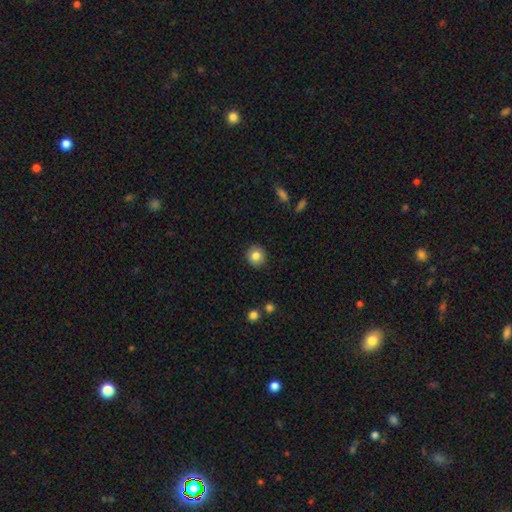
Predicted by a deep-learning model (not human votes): smooth_or_featured: smooth (p=0.84) [alt: star or artifact p=0.09]
how_rounded: round (p=0.88) [alt: in between p=0.11]
merging: none (p=0.90) [alt: minor disturbance p=0.07]